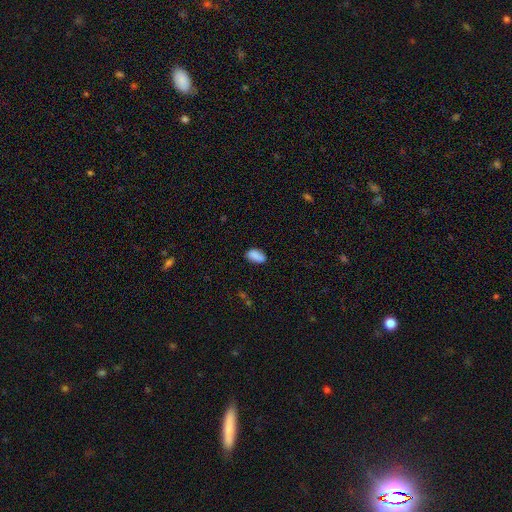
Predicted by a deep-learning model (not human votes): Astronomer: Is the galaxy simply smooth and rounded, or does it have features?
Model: smooth — 87%.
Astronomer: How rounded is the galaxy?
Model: in between — 93%.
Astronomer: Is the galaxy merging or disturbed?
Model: none — 76%.